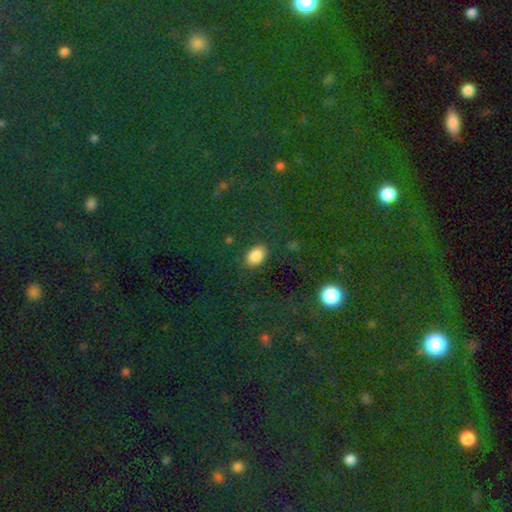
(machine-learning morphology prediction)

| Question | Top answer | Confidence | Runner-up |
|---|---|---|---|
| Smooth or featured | smooth | 85% | star or artifact (10%) |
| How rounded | in between | 89% | round (9%) |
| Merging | none | 86% | minor disturbance (10%) |